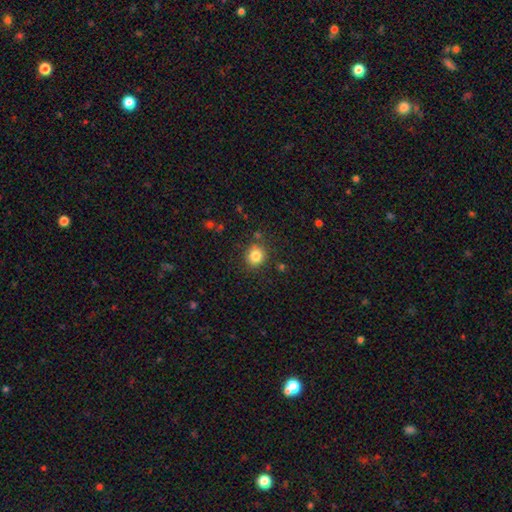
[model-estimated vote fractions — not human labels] smooth 83%, star or artifact 11%, featured or disk 6%. Down the decision tree: how rounded — round (80%); merging — none (84%).